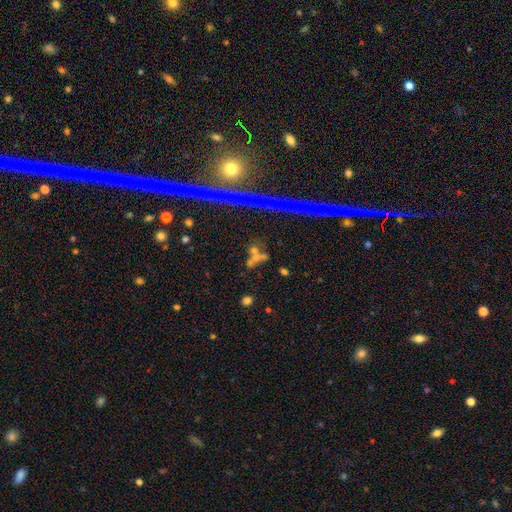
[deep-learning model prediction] Smooth or featured? smooth (41%)
Merging? none (45%)